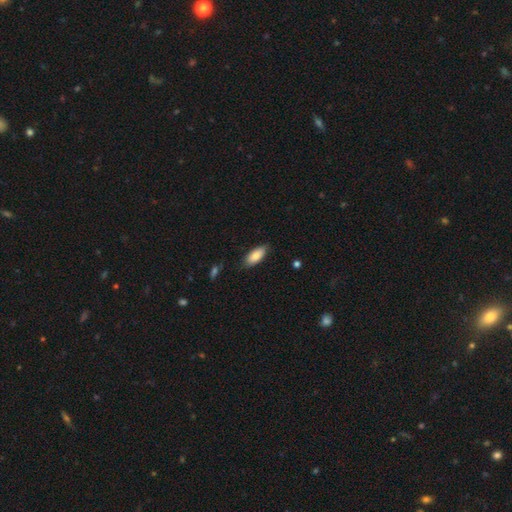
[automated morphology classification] This is clearly a smooth galaxy (84%). How rounded: clearly in between (85%). Merging: likely none (80%).